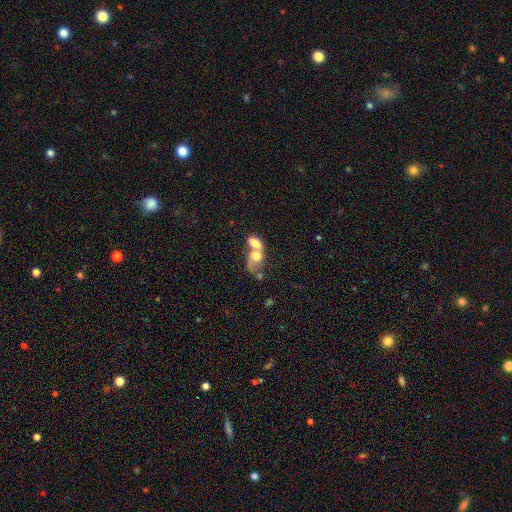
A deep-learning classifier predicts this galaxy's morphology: smooth-or-featured: smooth: 61% | featured or disk: 30% | star or artifact: 9%
  how-rounded: in between: 69% | round: 29% | cigar-shaped: 2%
  merging: merger: 80% | none: 9% | major disturbance: 7% | minor disturbance: 5%